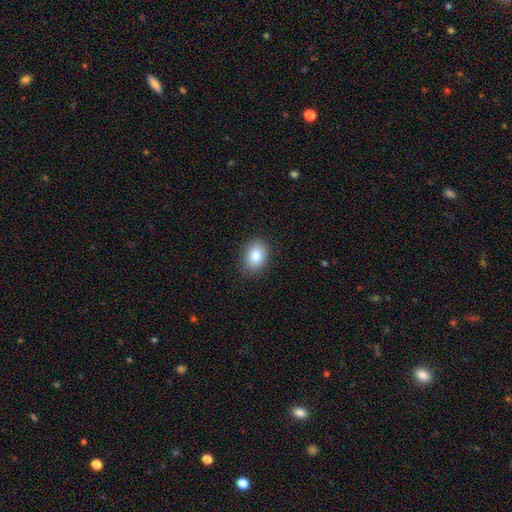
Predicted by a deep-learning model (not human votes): Smooth or featured? smooth (85%)
How rounded? in between (79%)
Merging? none (88%)